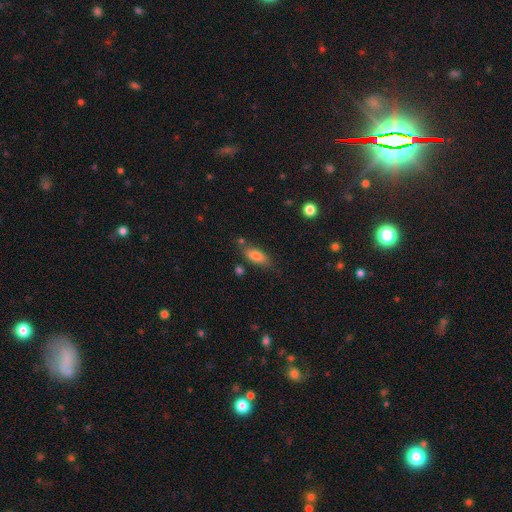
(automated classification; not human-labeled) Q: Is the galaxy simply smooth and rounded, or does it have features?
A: smooth — 78%.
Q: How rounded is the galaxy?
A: in between — 78%.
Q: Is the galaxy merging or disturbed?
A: none — 70%.